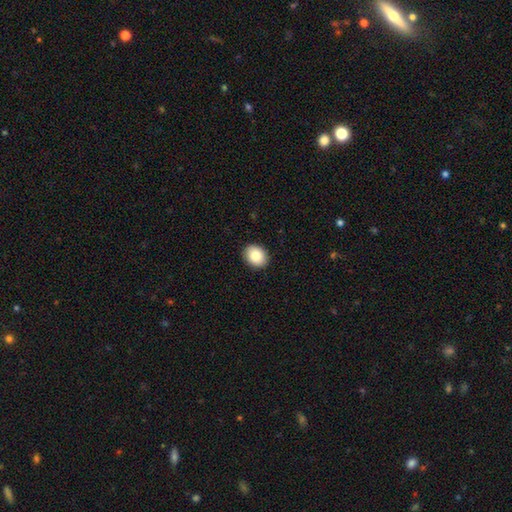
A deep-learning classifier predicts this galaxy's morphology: smooth 85%, star or artifact 8%, featured or disk 7%. Down the decision tree: how rounded — in between (57%); merging — none (91%).